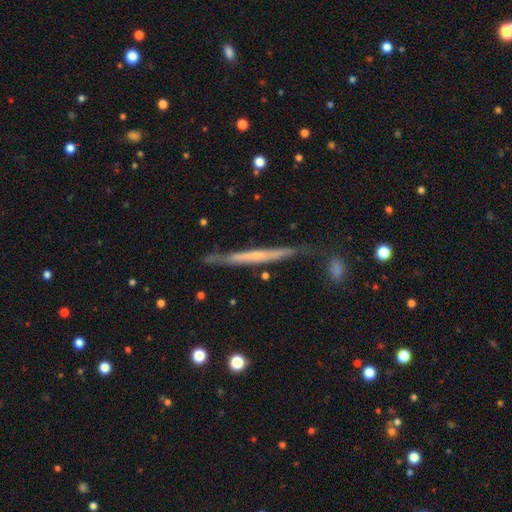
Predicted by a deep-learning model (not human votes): Q: Smooth or featured?
A: featured or disk (60%); runner-up: smooth (34%)
Q: Edge-on disk?
A: yes (95%); runner-up: no (5%)
Q: Edge-on bulge?
A: none (77%); runner-up: rounded (17%)
Q: Merging?
A: none (76%); runner-up: minor disturbance (16%)